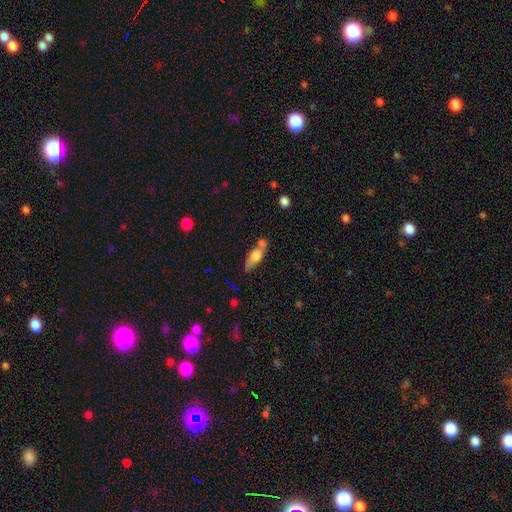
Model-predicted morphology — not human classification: Overall: smooth (65%; featured or disk 28%). How rounded: in between (63%; cigar-shaped 33%). Merging: none (50%; merger 26%).